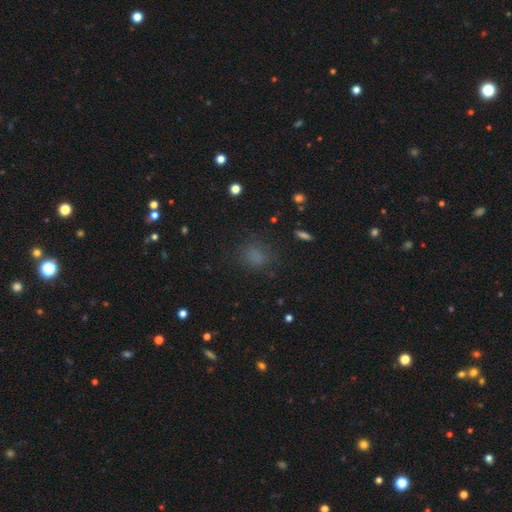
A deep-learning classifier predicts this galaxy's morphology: The model was most divided on "how rounded": round: 63%, in between: 35%, cigar-shaped: 2%. More confident: merging — none (76%); smooth or featured — smooth (74%).